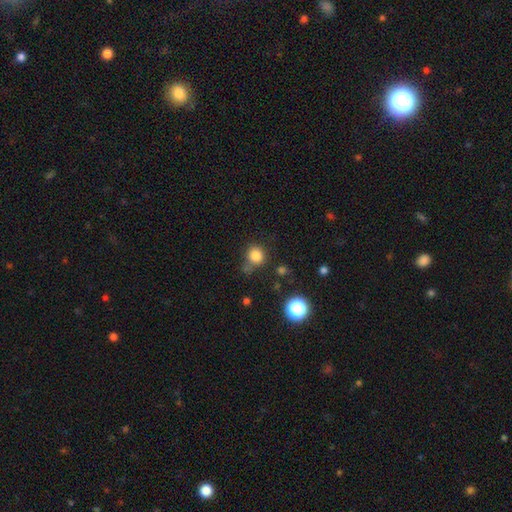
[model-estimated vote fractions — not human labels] A smooth galaxy with no disk features (83%) that is round (88%). Merging: none (71%).